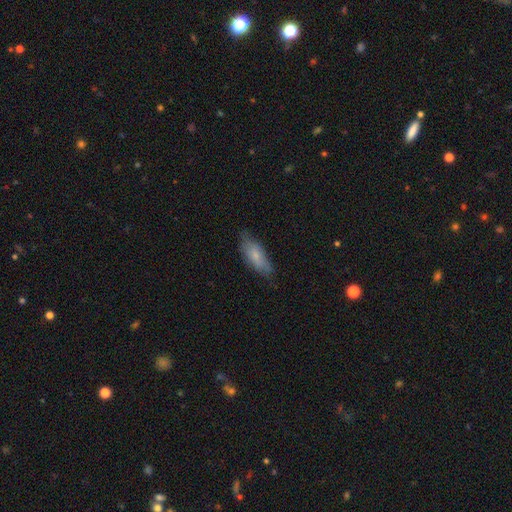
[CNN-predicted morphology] Smooth or featured: smooth — 72% (featured or disk — 22%)
How rounded: in between — 73% (cigar-shaped — 25%)
Merging: none — 66% (minor disturbance — 26%)